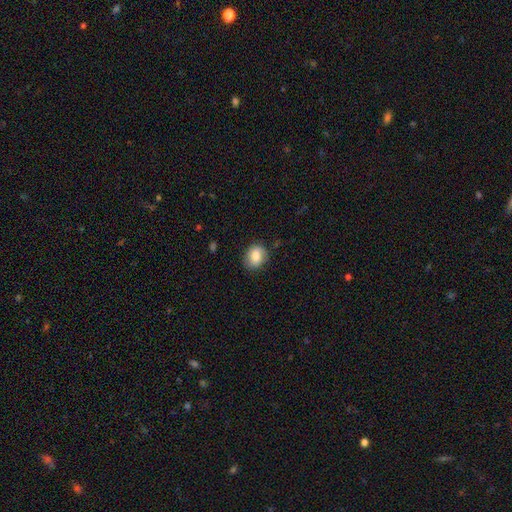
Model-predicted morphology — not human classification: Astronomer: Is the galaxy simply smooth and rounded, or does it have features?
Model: smooth — 79%.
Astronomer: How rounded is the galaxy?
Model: in between — 51% (runner-up: round, 48%).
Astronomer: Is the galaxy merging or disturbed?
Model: none — 77%.